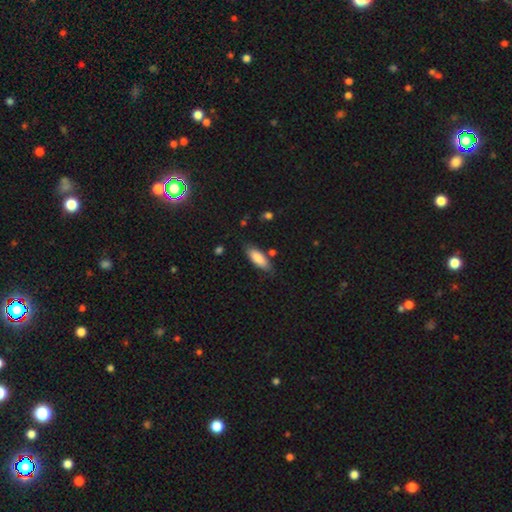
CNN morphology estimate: Smooth or featured? Predicted: smooth (p=0.84). How rounded? Predicted: in between (p=0.70). Merging? Predicted: none (p=0.79).